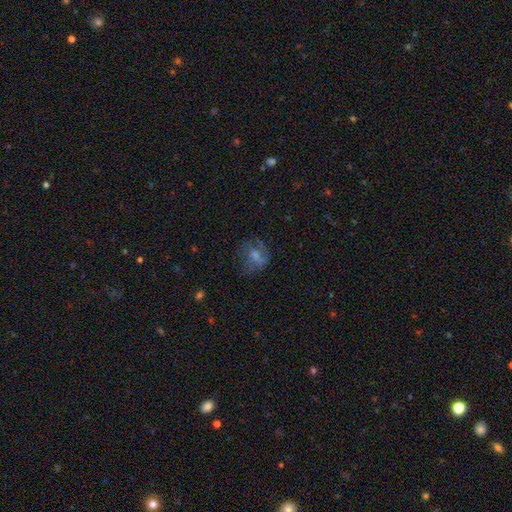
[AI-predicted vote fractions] The model was most divided on "smooth or featured": smooth: 42%, featured or disk: 37%, star or artifact: 21%. More confident: merging — none (64%).